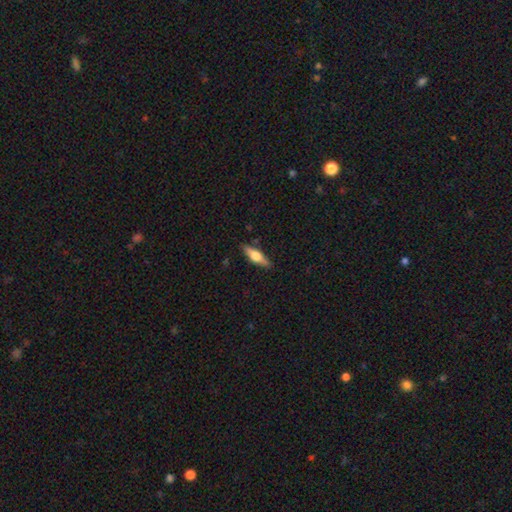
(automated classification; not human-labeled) Morphology: type=smooth (48%); merging=none (86%).